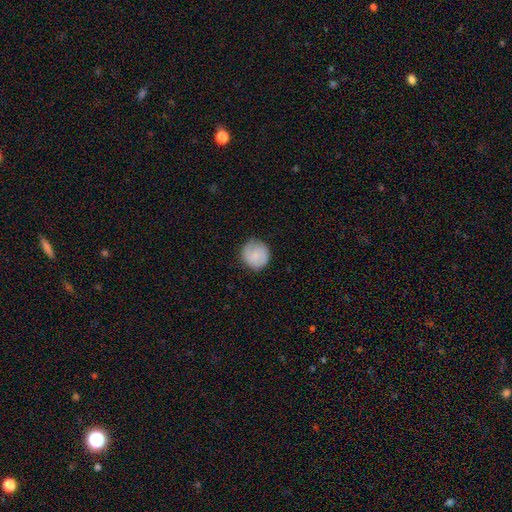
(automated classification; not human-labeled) The model was most divided on "smooth or featured": smooth: 64%, featured or disk: 30%, star or artifact: 7%. More confident: how rounded — round (90%); merging — none (81%).